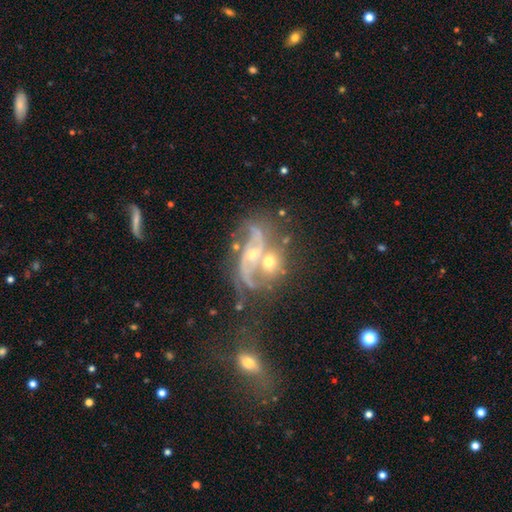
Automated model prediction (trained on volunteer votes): A featured or disk galaxy (82%) with no bar (57%), 2 (77%) loose (49%) spiral arms (92%) and a small central bulge (53%). Merging: merger (40%).